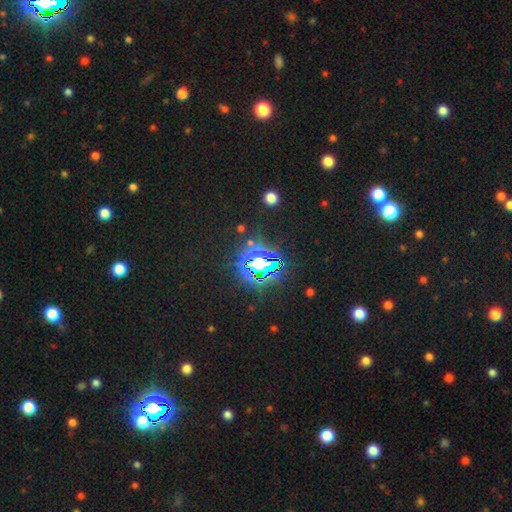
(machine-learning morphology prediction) A star or artifact, not a galaxy (79%).